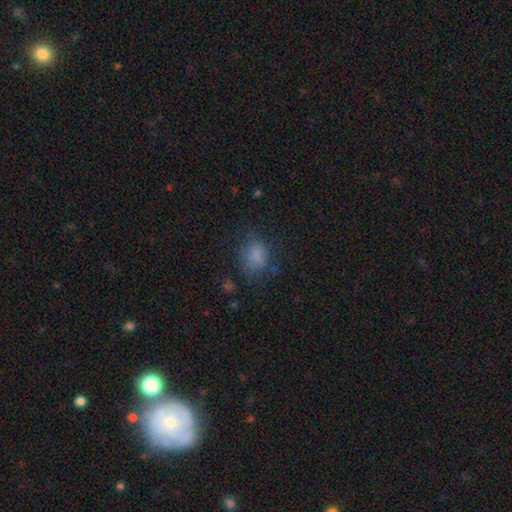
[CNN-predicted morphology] Q: Smooth or featured?
A: smooth (78%); runner-up: star or artifact (13%)
Q: How rounded?
A: in between (50%); runner-up: round (49%)
Q: Merging?
A: none (63%); runner-up: minor disturbance (22%)